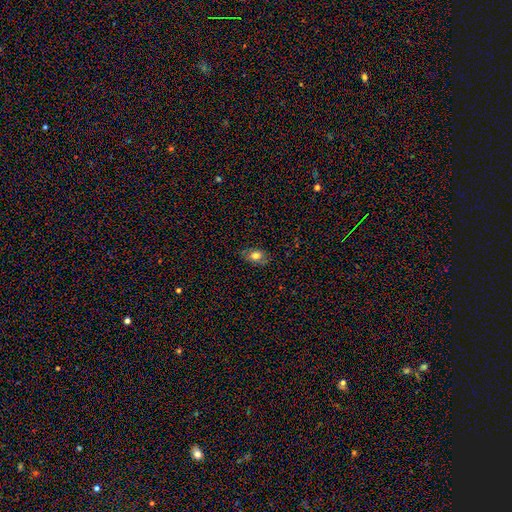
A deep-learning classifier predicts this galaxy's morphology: A smooth galaxy with no disk features (79%) that is in between round and cigar-shaped (77%).

Vote fractions:
- Smooth or featured? smooth: 79% / featured or disk: 11% / star or artifact: 10%
- How rounded? in between: 77% / round: 21% / cigar-shaped: 2%
- Merging? none: 79% / minor disturbance: 17% / major disturbance: 3% / merger: 1%